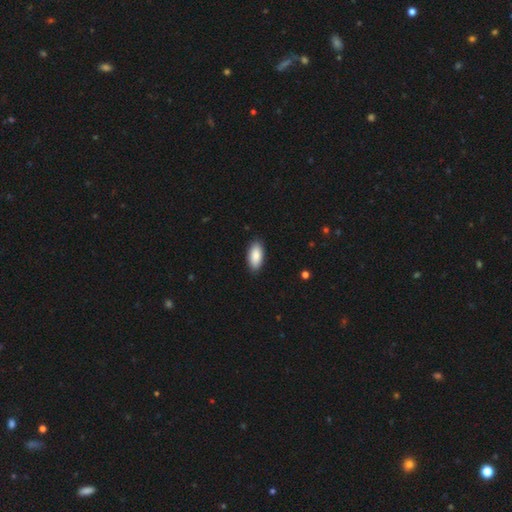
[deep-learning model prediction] A smooth galaxy with no disk features (89%) that is in between round and cigar-shaped (92%).

Vote fractions:
- Smooth or featured? smooth: 89% / star or artifact: 6% / featured or disk: 6%
- How rounded? in between: 92% / cigar-shaped: 6% / round: 2%
- Merging? none: 89% / minor disturbance: 9% / major disturbance: 2% / merger: 1%